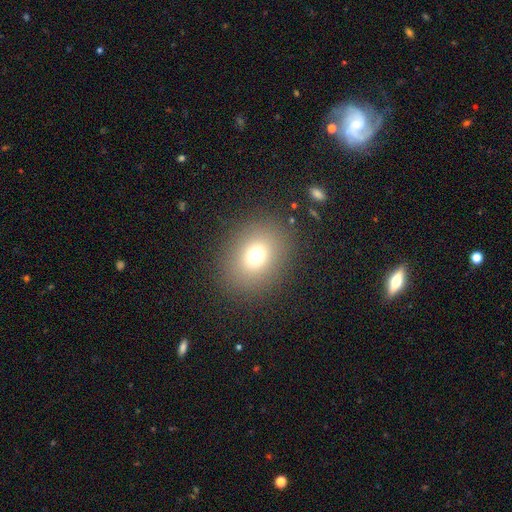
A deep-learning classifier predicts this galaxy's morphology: A smooth galaxy with no disk features (70%) that is round (62%).

Vote fractions:
- Smooth or featured? smooth: 70% / star or artifact: 18% / featured or disk: 12%
- How rounded? round: 62% / in between: 37% / cigar-shaped: 1%
- Merging? none: 86% / minor disturbance: 7% / major disturbance: 5% / merger: 1%